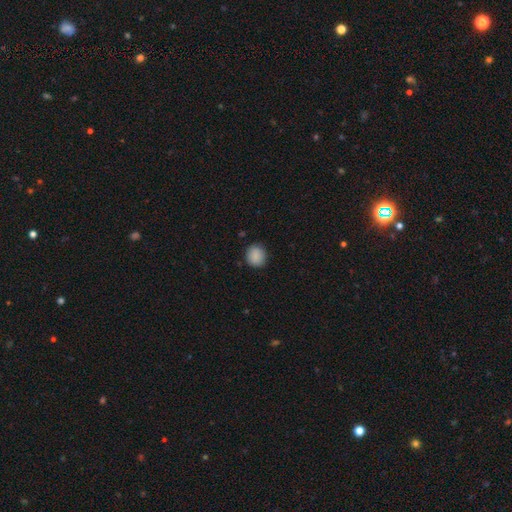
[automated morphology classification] Smooth or featured? smooth (88%)
How rounded? round (80%)
Merging? none (85%)